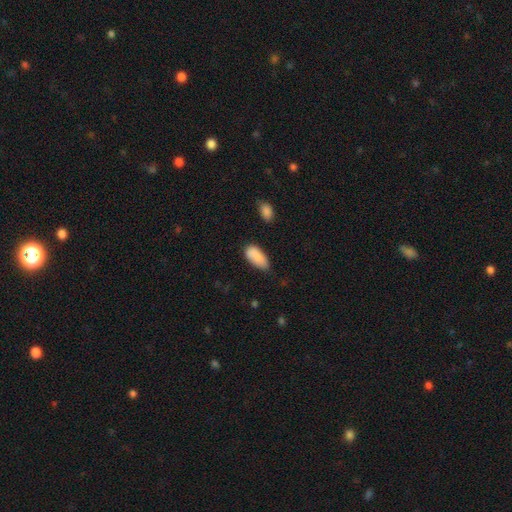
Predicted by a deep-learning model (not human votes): Smooth or featured? Predicted: smooth (p=0.87). How rounded? Predicted: in between (p=0.92). Merging? Predicted: none (p=0.61).